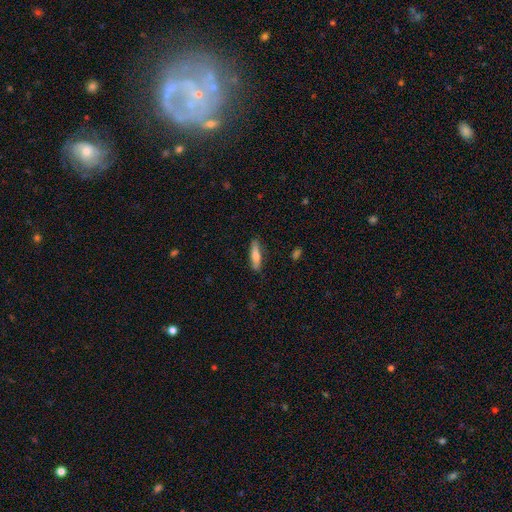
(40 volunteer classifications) Smooth or featured: smooth — 75% (featured or disk — 25%)
How rounded: cigar-shaped — 80% (in between — 17%)
Merging: none — 80% (minor disturbance — 12%)